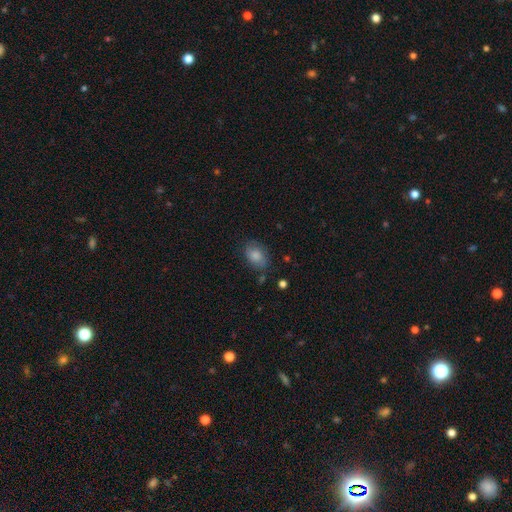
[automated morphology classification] This appears to be a smooth galaxy with no disk features (81%) that is in between round and cigar-shaped (81%). Merging: none (73%).